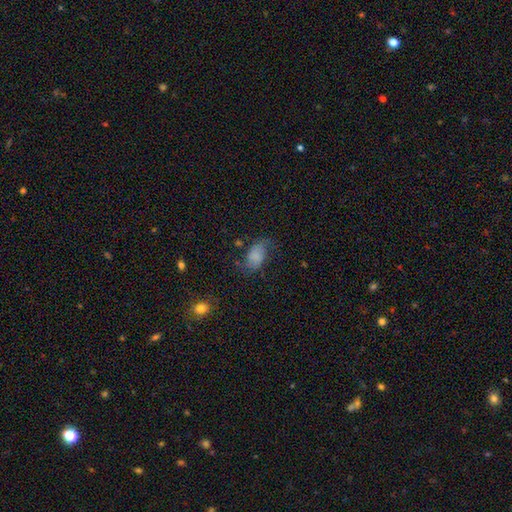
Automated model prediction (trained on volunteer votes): Smooth or featured? Predicted: smooth (p=0.63). How rounded? Predicted: in between (p=0.90). Merging? Predicted: none (p=0.52).